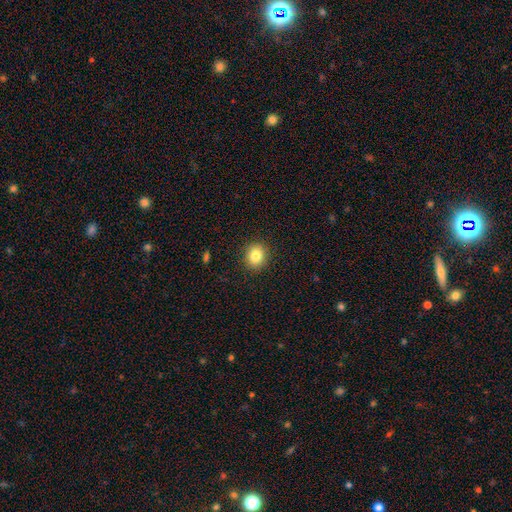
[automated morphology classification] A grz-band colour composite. It shows a smooth galaxy with no disk features (84%) that is round (77%). Merging: none (90%).